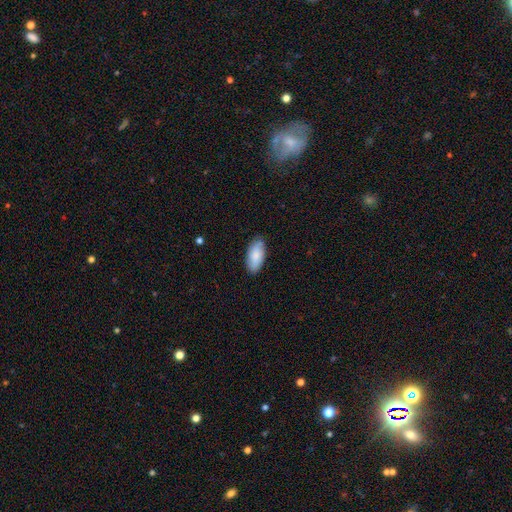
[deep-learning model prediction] Q: Smooth or featured?
A: smooth (83%); runner-up: featured or disk (12%)
Q: How rounded?
A: in between (92%); runner-up: cigar-shaped (6%)
Q: Merging?
A: none (82%); runner-up: minor disturbance (15%)